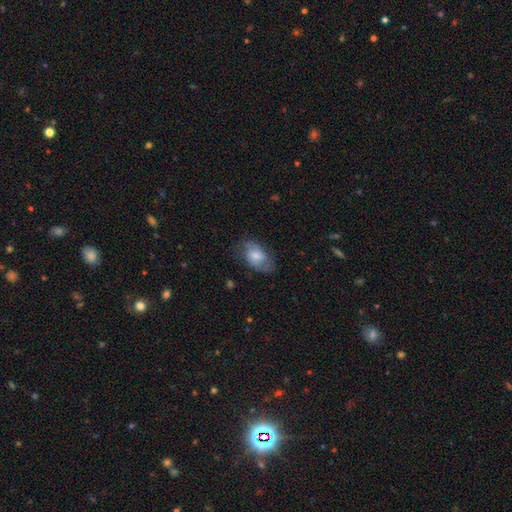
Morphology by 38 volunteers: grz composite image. It shows a smooth galaxy with no disk features (79%) that is in between round and cigar-shaped (87%). Merging: minor disturbance (41%).